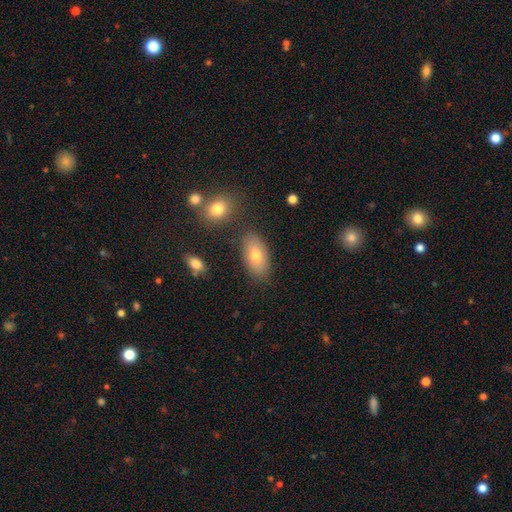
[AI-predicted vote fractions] smooth-or-featured: smooth: 72% | featured or disk: 19% | star or artifact: 8%
  how-rounded: in between: 92% | round: 5% | cigar-shaped: 3%
  merging: none: 81% | minor disturbance: 12% | merger: 4% | major disturbance: 3%